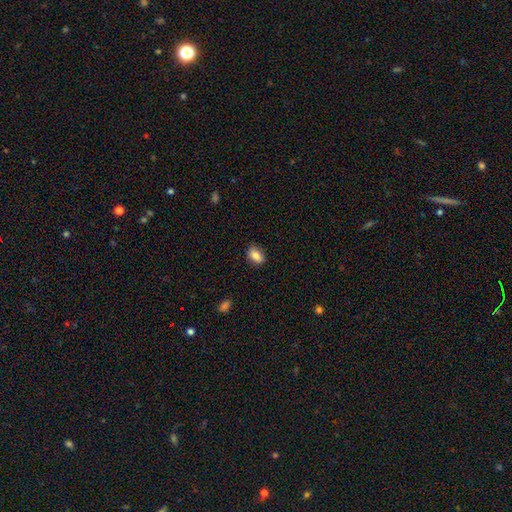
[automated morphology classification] This appears to be a smooth galaxy with no disk features (84%) that is in between round and cigar-shaped (86%). Merging: none (83%).